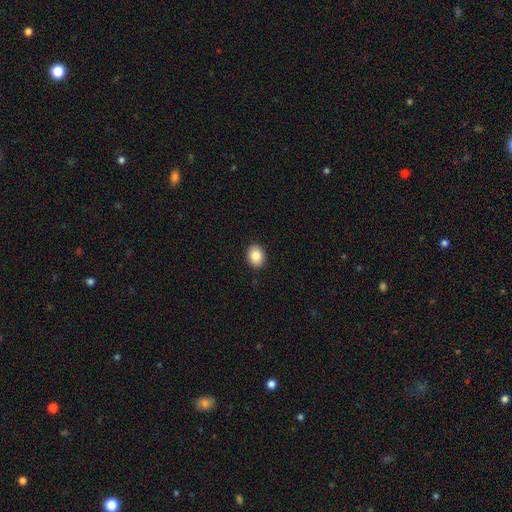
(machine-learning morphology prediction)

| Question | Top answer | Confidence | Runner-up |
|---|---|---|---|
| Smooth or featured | smooth | 85% | star or artifact (8%) |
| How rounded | in between | 55% | round (44%) |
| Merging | none | 91% | minor disturbance (6%) |